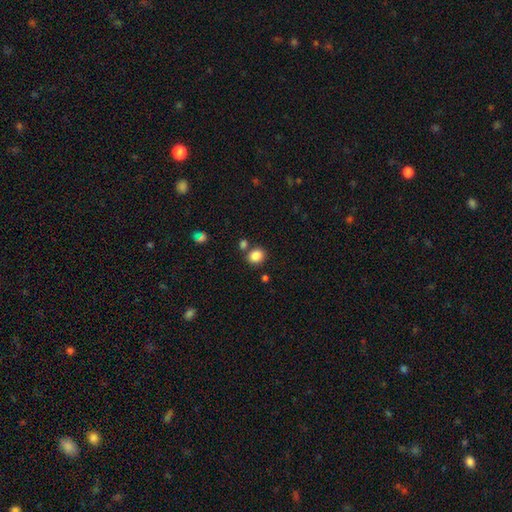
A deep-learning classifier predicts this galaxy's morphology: type=smooth (85%); roundness=round (68%); merging=none (73%).